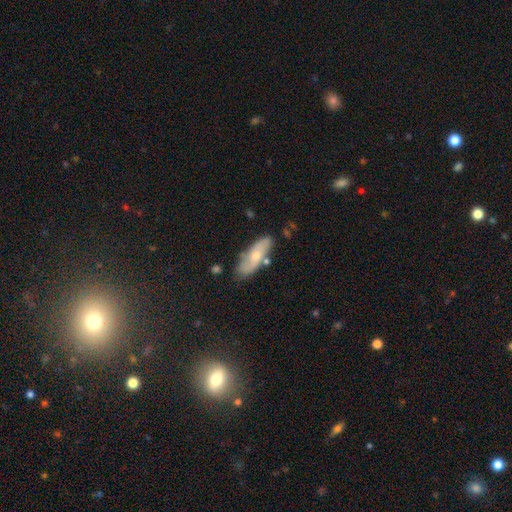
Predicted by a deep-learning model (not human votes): A smooth galaxy with no disk features (54%) that is in between round and cigar-shaped (66%). Merging: none (70%).